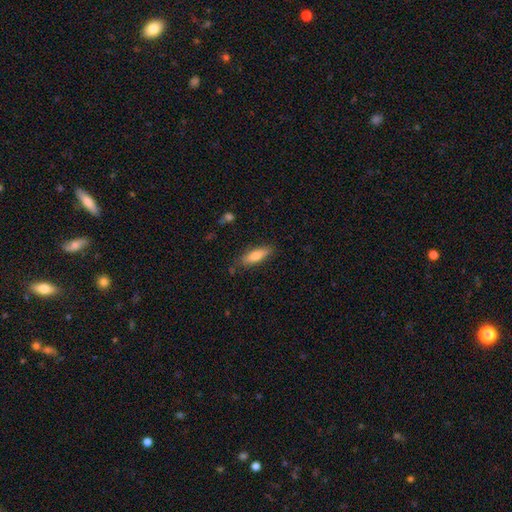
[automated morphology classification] A smooth galaxy with no disk features (73%) that is in between round and cigar-shaped (50%).

Vote fractions:
- Smooth or featured? smooth: 73% / featured or disk: 20% / star or artifact: 7%
- How rounded? in between: 50% / cigar-shaped: 48% / round: 2%
- Merging? none: 81% / minor disturbance: 14% / major disturbance: 3% / merger: 2%